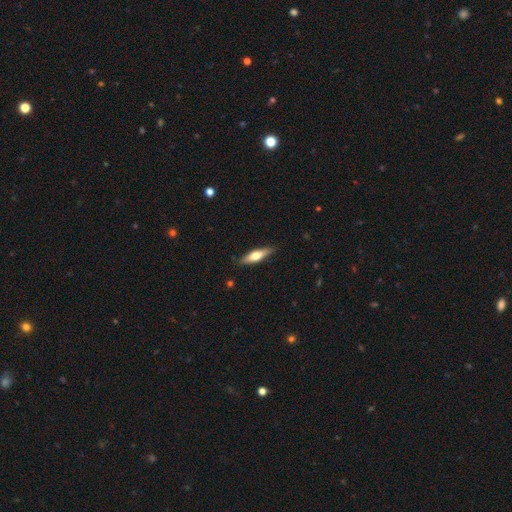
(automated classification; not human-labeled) This appears to be a smooth galaxy with no disk features (54%) that is cigar-shaped (65%). Merging: none (87%).